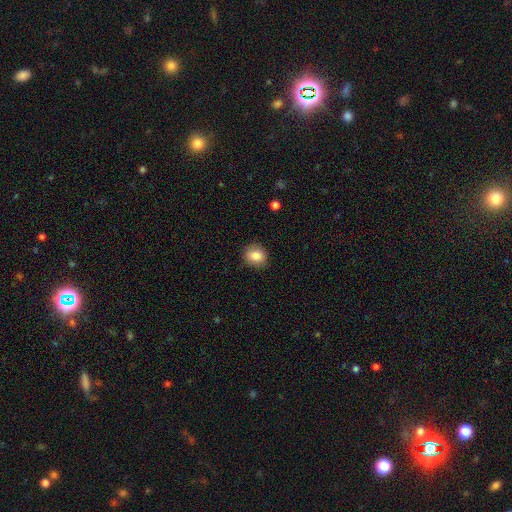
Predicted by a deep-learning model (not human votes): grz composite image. It shows a smooth galaxy with no disk features (85%) that is round (67%). Merging: none (85%).